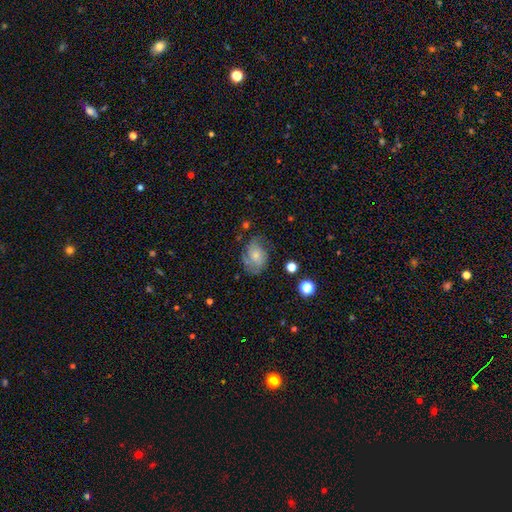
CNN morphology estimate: This is possibly a smooth galaxy (46%). Merging: possibly none (56%).